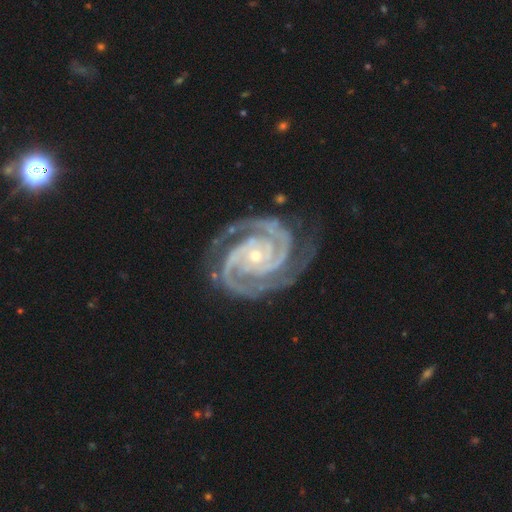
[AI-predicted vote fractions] This appears to be a featured or disk galaxy (94%) with no bar (70%), 2 (77%) tight (72%) spiral arms (99%) and a small central bulge (71%). Merging: none (77%).